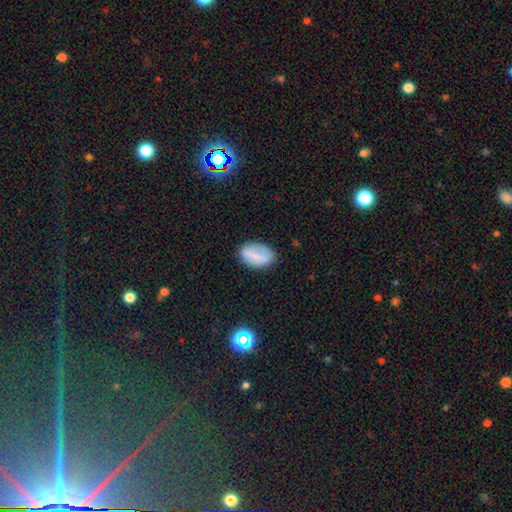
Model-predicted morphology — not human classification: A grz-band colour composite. It shows a smooth galaxy with no disk features (72%) that is in between round and cigar-shaped (90%). Merging: none (74%).